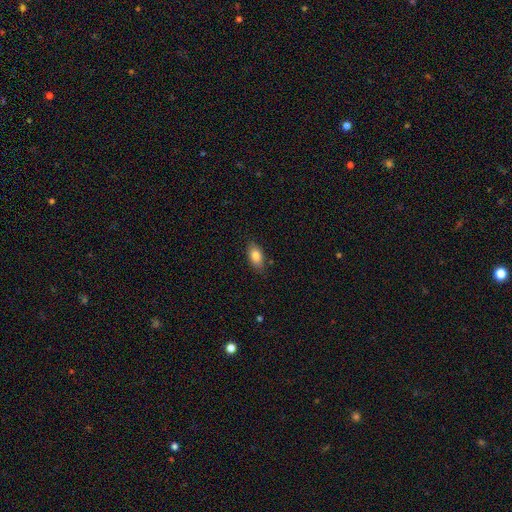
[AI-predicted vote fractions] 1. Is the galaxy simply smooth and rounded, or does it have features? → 82% smooth, 11% featured or disk, 8% star or artifact.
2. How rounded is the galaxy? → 89% in between, 6% cigar-shaped, 5% round.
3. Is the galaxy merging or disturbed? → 82% none, 14% minor disturbance, 3% major disturbance, 1% merger.